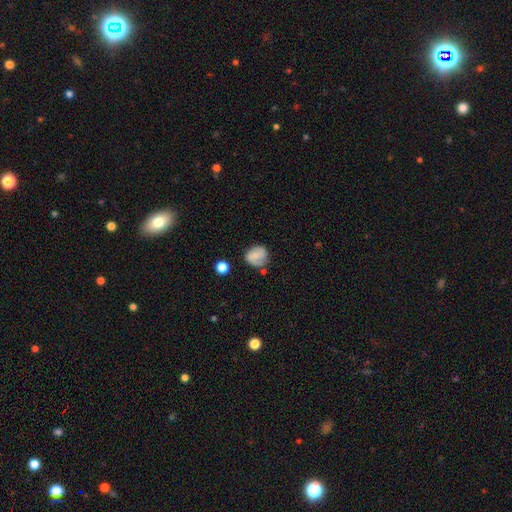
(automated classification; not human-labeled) The model was most divided on "merging": none: 61%, minor disturbance: 25%, major disturbance: 9%, merger: 6%. More confident: how rounded — round (71%); smooth or featured — smooth (67%).